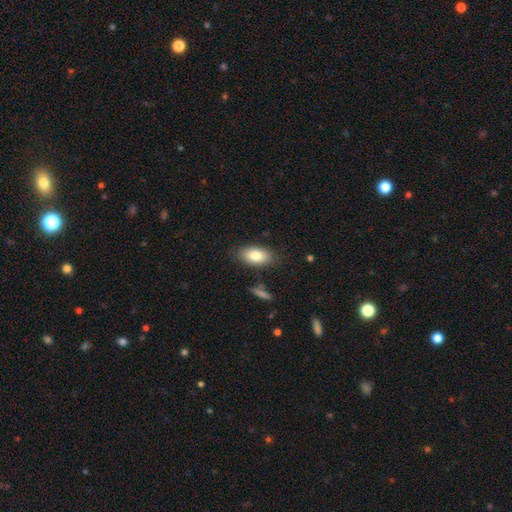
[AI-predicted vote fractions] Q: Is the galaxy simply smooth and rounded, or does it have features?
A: smooth — 80%.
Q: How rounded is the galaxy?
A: in between — 91%.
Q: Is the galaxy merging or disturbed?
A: none — 82%.